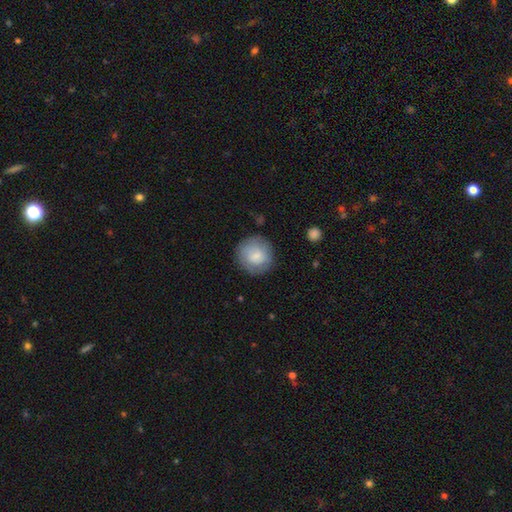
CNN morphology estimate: Q: Smooth or featured?
A: smooth (76%); runner-up: featured or disk (17%)
Q: How rounded?
A: round (92%); runner-up: in between (7%)
Q: Merging?
A: none (82%); runner-up: minor disturbance (13%)